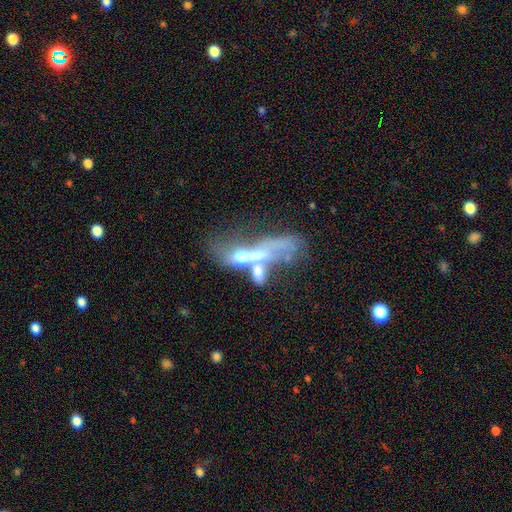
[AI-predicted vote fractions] Q: Smooth or featured?
A: featured or disk (55%); runner-up: smooth (32%)
Q: Edge-on disk?
A: no (85%); runner-up: yes (15%)
Q: Merging?
A: merger (60%); runner-up: major disturbance (23%)